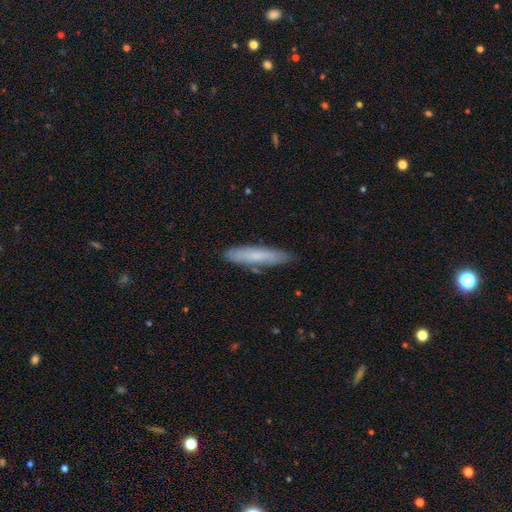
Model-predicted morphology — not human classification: Overall: smooth (68%). How rounded: cigar-shaped (86%). Merging: none (84%).